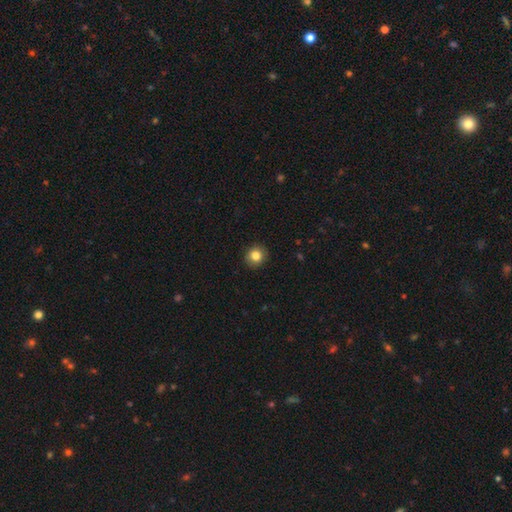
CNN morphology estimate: Smooth or featured? smooth (84%)
How rounded? round (89%)
Merging? none (92%)